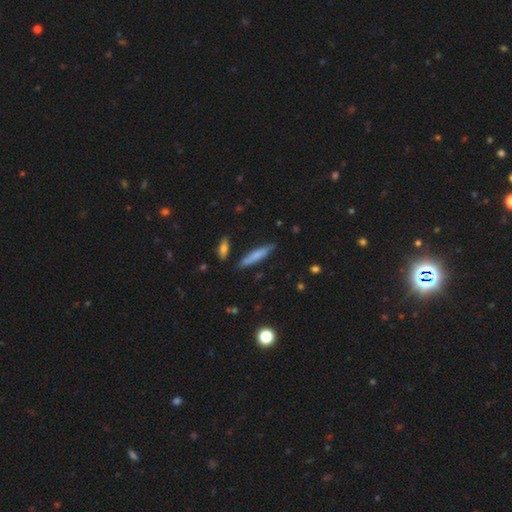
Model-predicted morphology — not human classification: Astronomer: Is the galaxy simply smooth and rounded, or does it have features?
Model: smooth — 72%.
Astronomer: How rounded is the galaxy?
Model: cigar-shaped — 88%.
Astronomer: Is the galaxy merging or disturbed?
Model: none — 83%.